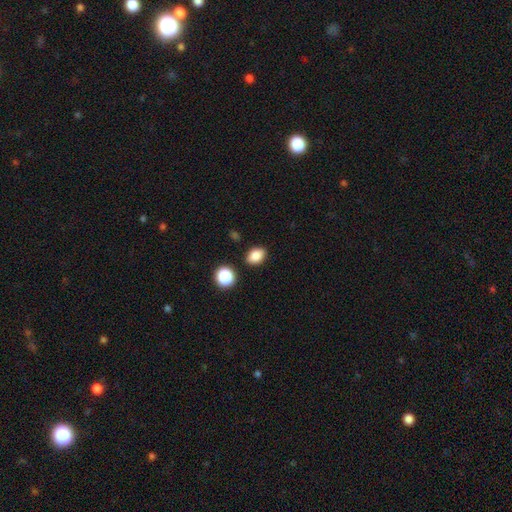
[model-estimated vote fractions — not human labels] Smooth or featured: smooth — 84% (star or artifact — 11%)
How rounded: in between — 72% (round — 27%)
Merging: none — 84% (minor disturbance — 10%)